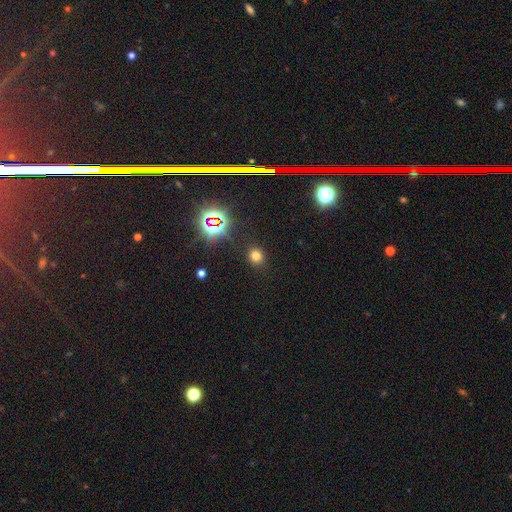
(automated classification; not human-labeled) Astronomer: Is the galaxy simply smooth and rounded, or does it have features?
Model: smooth — 69%.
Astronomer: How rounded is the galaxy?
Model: round — 78%.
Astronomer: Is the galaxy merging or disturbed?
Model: none — 87%.